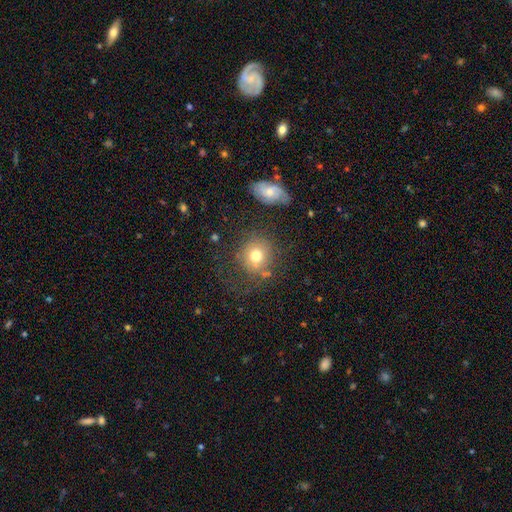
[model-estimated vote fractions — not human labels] smooth-or-featured: smooth: 72% | featured or disk: 17% | star or artifact: 11%
  how-rounded: round: 85% | in between: 14% | cigar-shaped: 1%
  merging: none: 65% | minor disturbance: 17% | major disturbance: 11% | merger: 7%